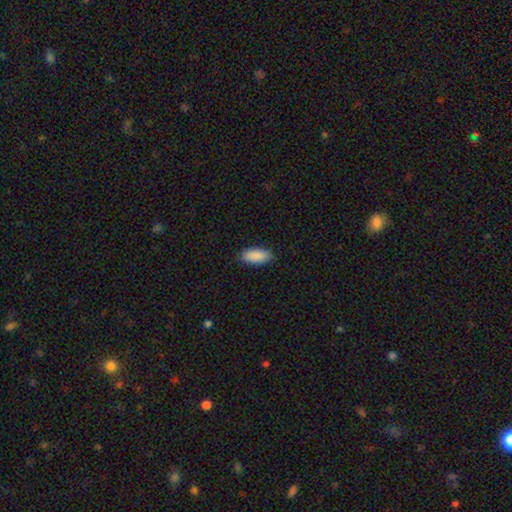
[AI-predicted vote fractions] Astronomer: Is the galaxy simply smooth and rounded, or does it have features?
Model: smooth — 91%.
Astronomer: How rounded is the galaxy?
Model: in between — 86%.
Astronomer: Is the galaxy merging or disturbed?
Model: none — 87%.